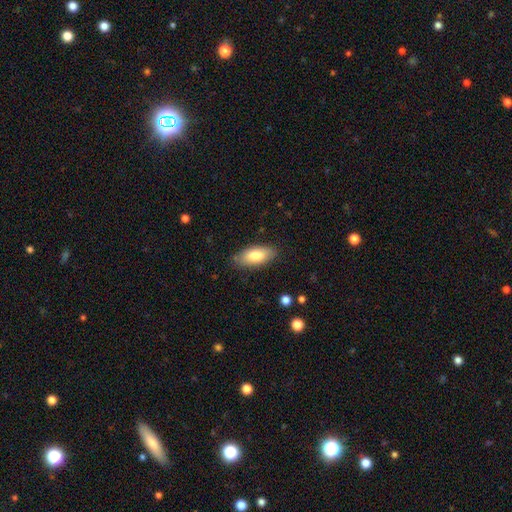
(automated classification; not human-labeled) Smooth or featured? Predicted: smooth (p=0.78). How rounded? Predicted: in between (p=0.86). Merging? Predicted: none (p=0.83).